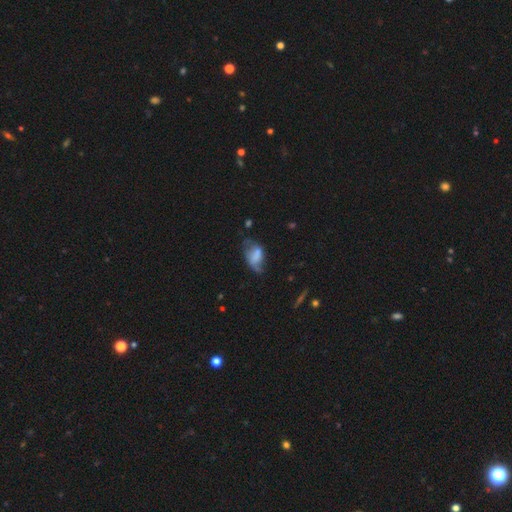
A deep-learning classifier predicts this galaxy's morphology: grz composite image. It shows a smooth galaxy with no disk features (54%) that is in between round and cigar-shaped (89%). Merging: minor disturbance (33%).